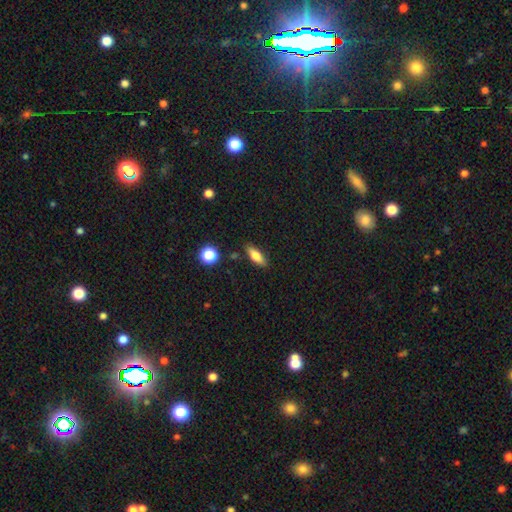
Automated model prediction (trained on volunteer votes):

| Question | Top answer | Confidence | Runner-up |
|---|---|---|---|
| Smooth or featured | smooth | 72% | featured or disk (20%) |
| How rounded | in between | 64% | cigar-shaped (32%) |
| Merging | none | 85% | minor disturbance (10%) |